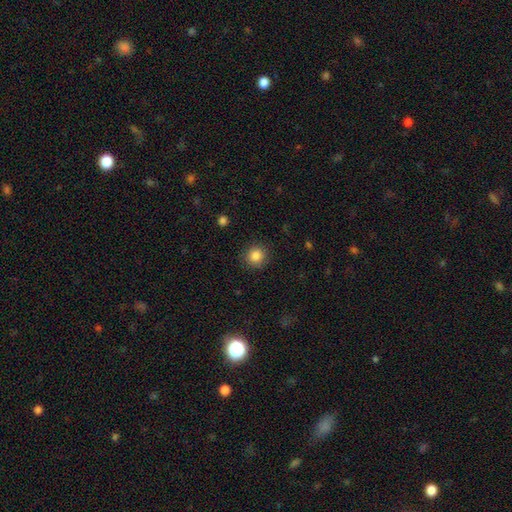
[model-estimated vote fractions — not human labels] smooth_or_featured: smooth (p=0.85) [alt: star or artifact p=0.10]
how_rounded: round (p=0.90) [alt: in between p=0.09]
merging: none (p=0.89) [alt: minor disturbance p=0.07]